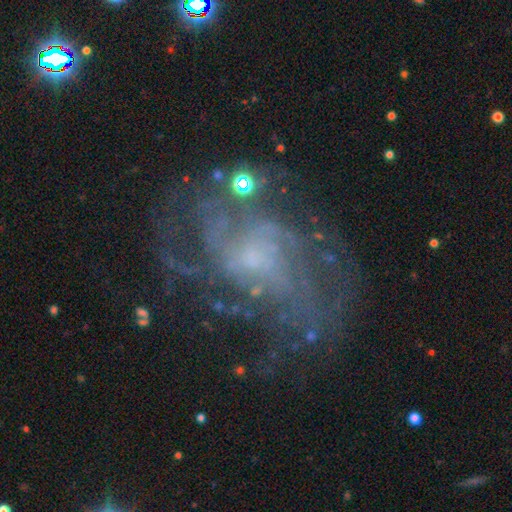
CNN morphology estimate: A featured or disk galaxy (82%) with no bar (64%), medium (43%) spiral arms (90%) and a small central bulge (63%).

Vote fractions:
- Smooth or featured? featured or disk: 82% / star or artifact: 10% / smooth: 7%
- Edge-on disk? no: 97% / yes: 3%
- Bar? no: 64% / weak: 30% / strong: 6%
- Spiral arms? yes: 90% / no: 10%
- Spiral winding? medium: 43% / tight: 38% / loose: 19%
- Spiral arm count? can't tell: 37% / 4: 17% / 3: 14% / 2: 13% / more than 4: 12% / 1: 7%
- Bulge size? small: 63% / moderate: 18% / none: 16% / large: 2% / dominant: 1%
- Merging? none: 66% / minor disturbance: 16% / major disturbance: 14% / merger: 3%